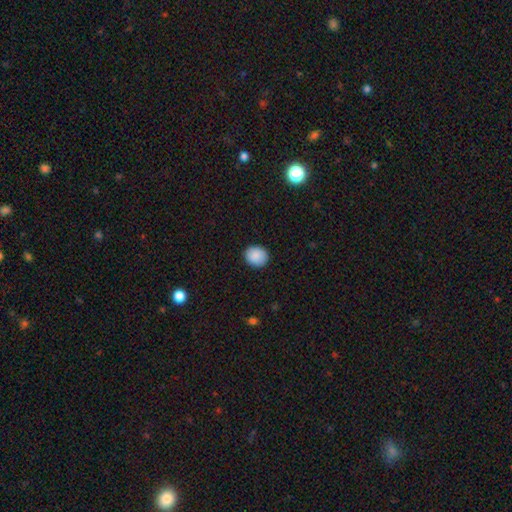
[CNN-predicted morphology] Smooth or featured: smooth — 89% (star or artifact — 7%)
How rounded: round — 81% (in between — 18%)
Merging: none — 91% (minor disturbance — 7%)